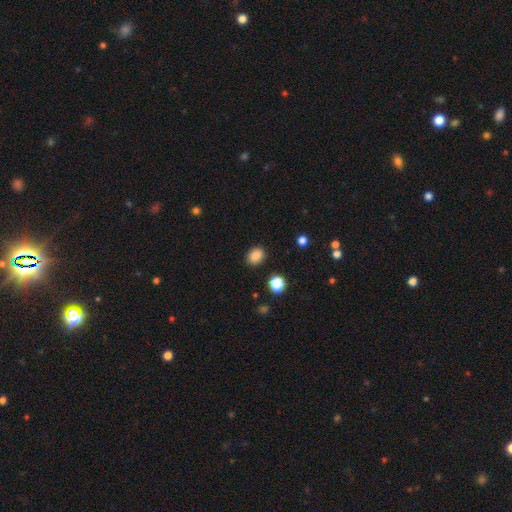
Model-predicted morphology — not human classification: smooth-or-featured: smooth: 86% | star or artifact: 11% | featured or disk: 4%
  how-rounded: round: 50% | in between: 49% | cigar-shaped: 1%
  merging: none: 89% | minor disturbance: 7% | major disturbance: 2% | merger: 2%